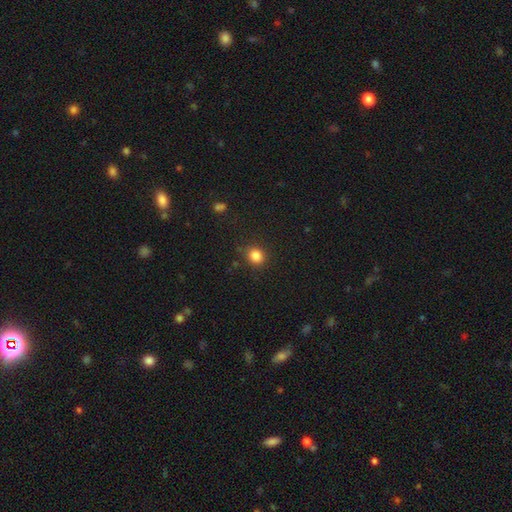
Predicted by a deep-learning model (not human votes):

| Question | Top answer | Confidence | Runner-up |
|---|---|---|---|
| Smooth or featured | smooth | 85% | star or artifact (11%) |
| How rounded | round | 76% | in between (23%) |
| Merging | none | 86% | minor disturbance (10%) |